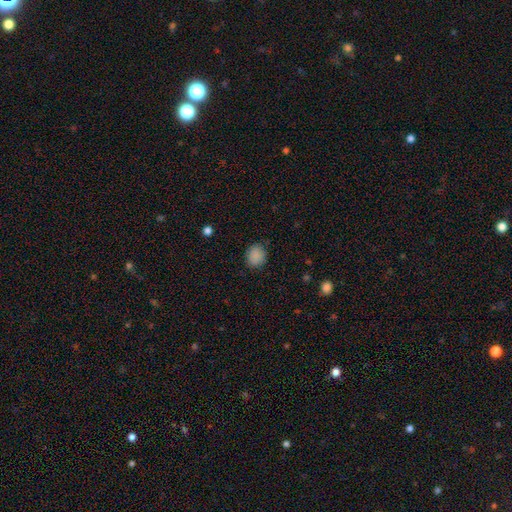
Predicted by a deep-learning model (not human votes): Smooth or featured: smooth — 87% (star or artifact — 9%)
How rounded: round — 64% (in between — 35%)
Merging: none — 84% (minor disturbance — 12%)